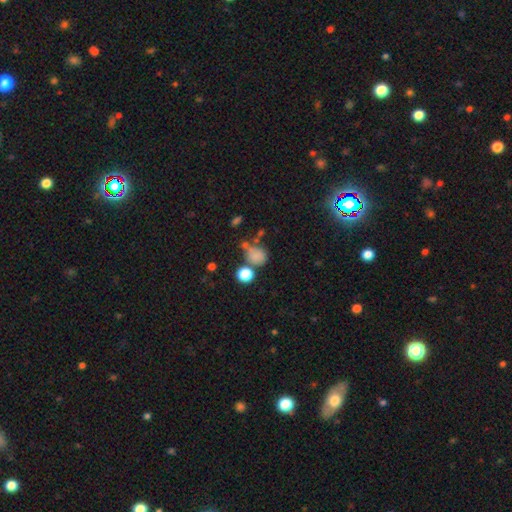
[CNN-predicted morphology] A smooth galaxy with no disk features (76%) that is round (70%).

Vote fractions:
- Smooth or featured? smooth: 76% / star or artifact: 15% / featured or disk: 9%
- How rounded? round: 70% / in between: 28% / cigar-shaped: 1%
- Merging? none: 50% / merger: 25% / minor disturbance: 17% / major disturbance: 9%